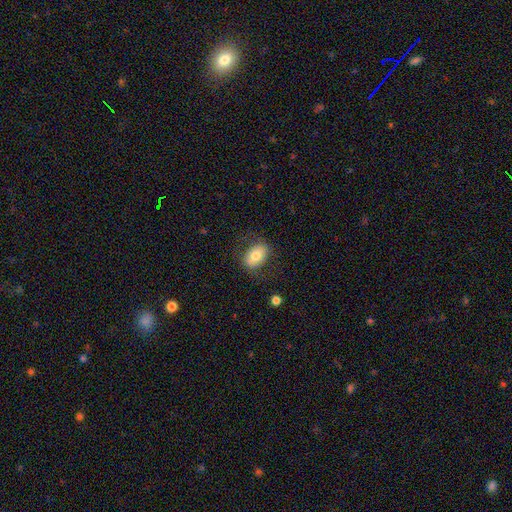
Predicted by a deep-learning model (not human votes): Overall: smooth (72%). How rounded: in between (83%). Merging: none (73%).